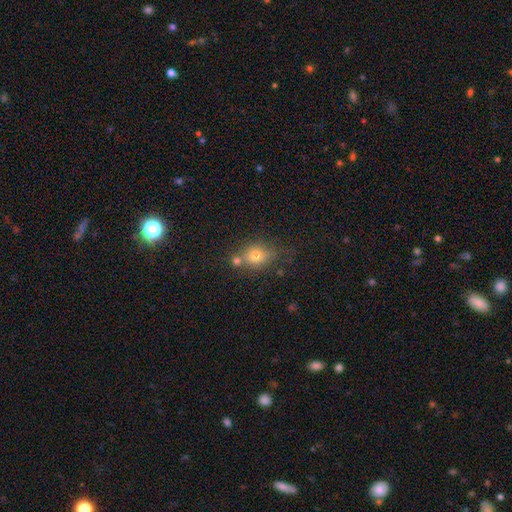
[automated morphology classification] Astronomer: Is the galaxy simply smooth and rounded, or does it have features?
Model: smooth — 73%.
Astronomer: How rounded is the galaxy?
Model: round — 54% (runner-up: in between, 44%).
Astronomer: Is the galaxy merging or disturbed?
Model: none — 53%.